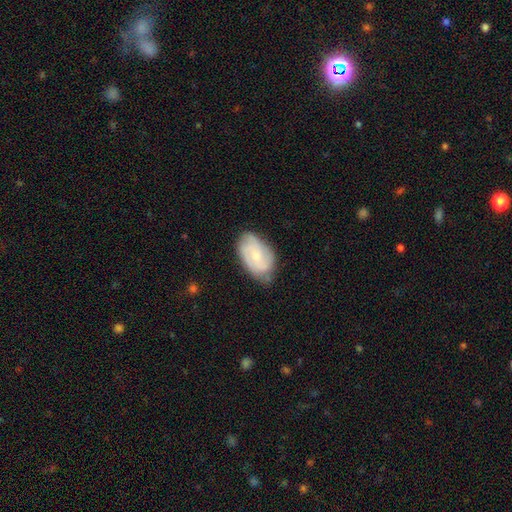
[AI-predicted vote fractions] The model was most divided on "smooth or featured": featured or disk: 53%, smooth: 40%, star or artifact: 7%. More confident: edge-on disk — no (96%); spiral arms — yes (85%); merging — none (65%); bar — no (60%); bulge size — small (59%).